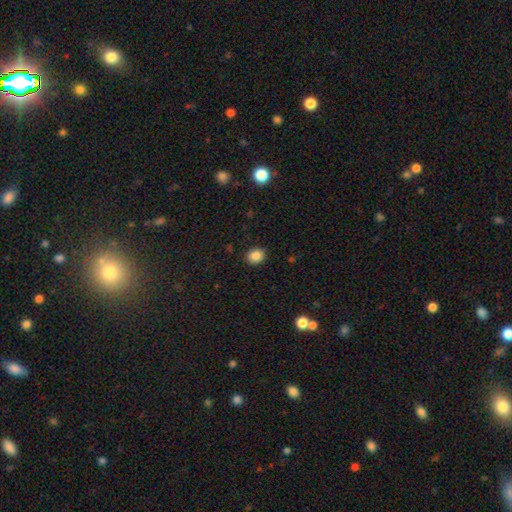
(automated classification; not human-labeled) A smooth galaxy with no disk features (85%) that is round (65%).

Vote fractions:
- Smooth or featured? smooth: 85% / star or artifact: 10% / featured or disk: 4%
- How rounded? round: 65% / in between: 35% / cigar-shaped: 1%
- Merging? none: 90% / minor disturbance: 7% / major disturbance: 2% / merger: 1%